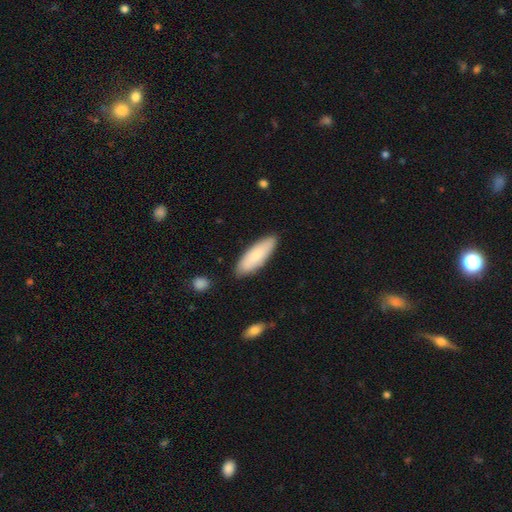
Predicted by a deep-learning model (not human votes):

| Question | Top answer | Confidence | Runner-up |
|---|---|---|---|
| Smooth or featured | smooth | 78% | featured or disk (16%) |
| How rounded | in between | 60% | cigar-shaped (38%) |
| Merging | none | 85% | minor disturbance (12%) |